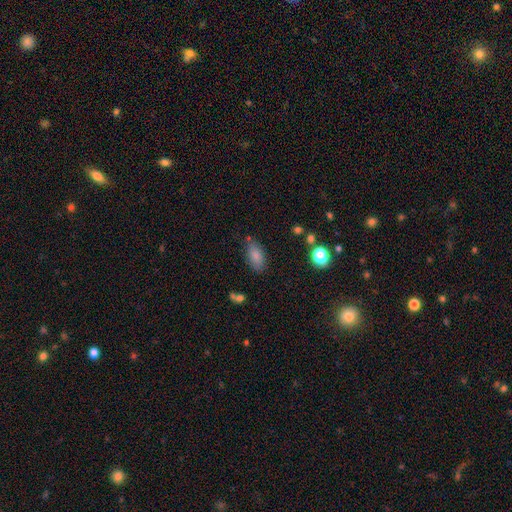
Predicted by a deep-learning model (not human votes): This appears to be a smooth galaxy with no disk features (83%) that is in between round and cigar-shaped (88%). Merging: none (75%).